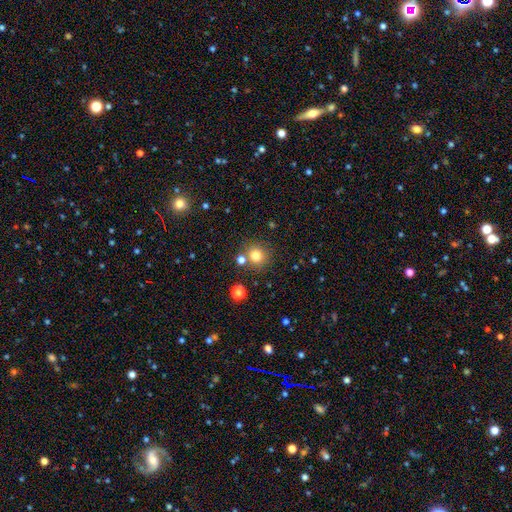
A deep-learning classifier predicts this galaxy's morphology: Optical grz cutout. It shows a smooth galaxy with no disk features (79%) that is round (92%). Merging: none (76%).